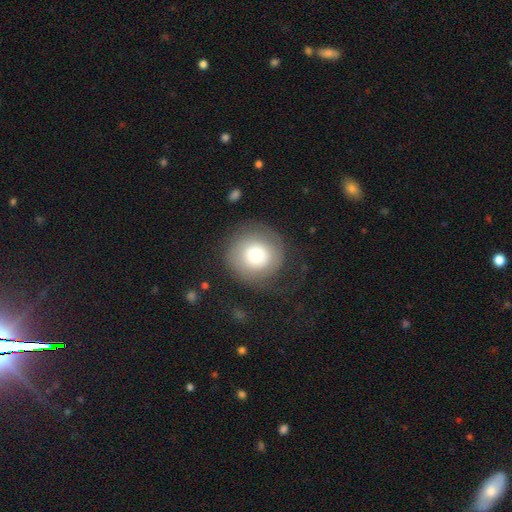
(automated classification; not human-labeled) Smooth or featured? Predicted: smooth (p=0.62). How rounded? Predicted: round (p=0.92). Merging? Predicted: none (p=0.67).